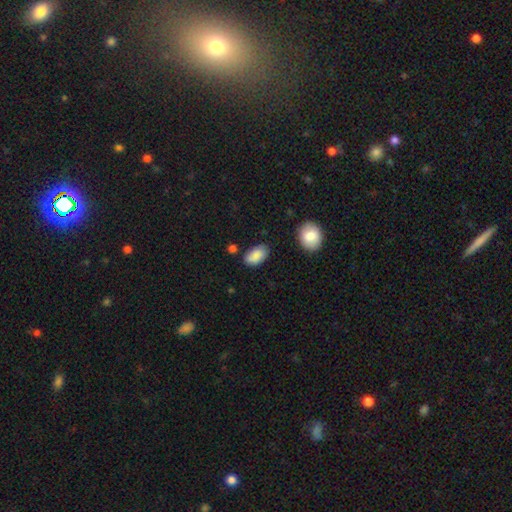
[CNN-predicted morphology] Smooth or featured?
  - smooth: 84% *
  - featured or disk: 9%
  - star or artifact: 7%
How rounded?
  - in between: 93% *
  - round: 6%
  - cigar-shaped: 1%
Merging?
  - none: 72% *
  - minor disturbance: 20%
  - merger: 4%
  - major disturbance: 4%